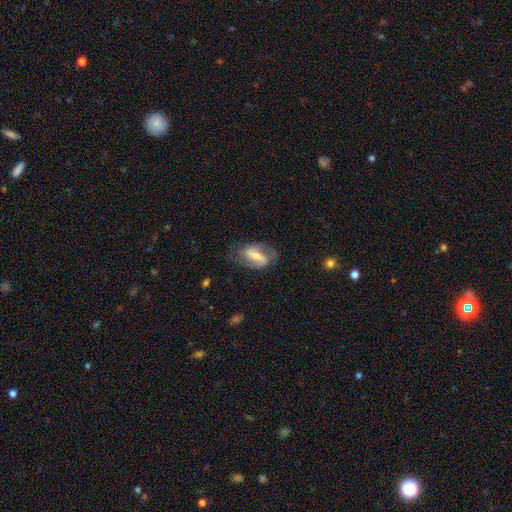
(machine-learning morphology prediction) This is likely a featured or disk galaxy (76%). It is clearly not viewed edge-on (95%). Bar: possibly strong (53%). Spiral arm pattern: clearly yes (88%). Spiral arm count: clearly 2 (85%). Spiral winding: possibly medium (47%). Central bulge: marginally moderate (45%, tied with small). Merging: likely none (72%).